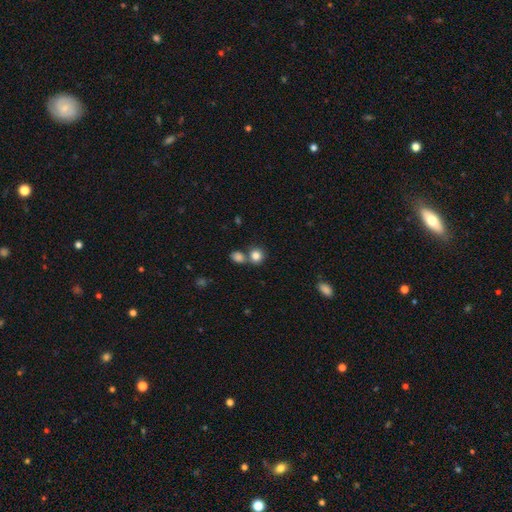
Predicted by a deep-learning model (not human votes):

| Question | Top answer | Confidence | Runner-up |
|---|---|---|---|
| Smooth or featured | smooth | 83% | star or artifact (10%) |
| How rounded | round | 81% | in between (18%) |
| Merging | none | 55% | merger (33%) |